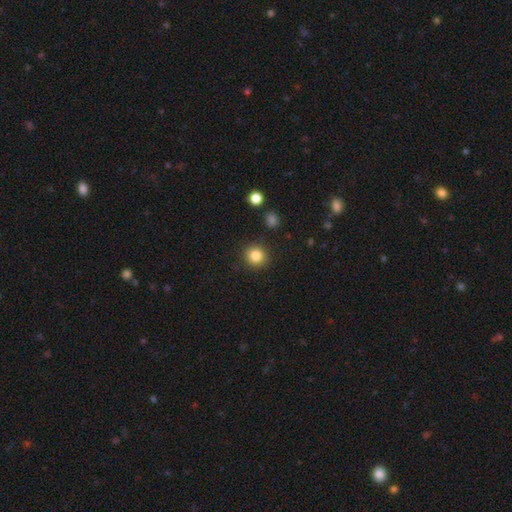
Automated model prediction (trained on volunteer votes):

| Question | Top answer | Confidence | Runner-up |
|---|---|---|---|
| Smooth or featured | smooth | 84% | star or artifact (11%) |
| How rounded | round | 92% | in between (7%) |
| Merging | none | 90% | minor disturbance (6%) |